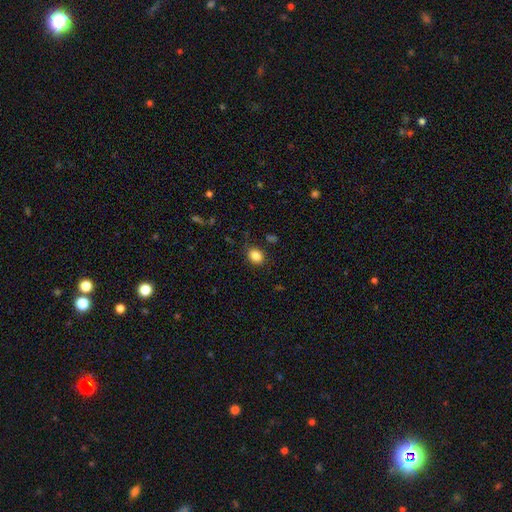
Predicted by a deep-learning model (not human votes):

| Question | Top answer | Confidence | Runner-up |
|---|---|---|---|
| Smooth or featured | smooth | 85% | star or artifact (10%) |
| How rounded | in between | 54% | round (45%) |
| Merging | none | 85% | minor disturbance (10%) |